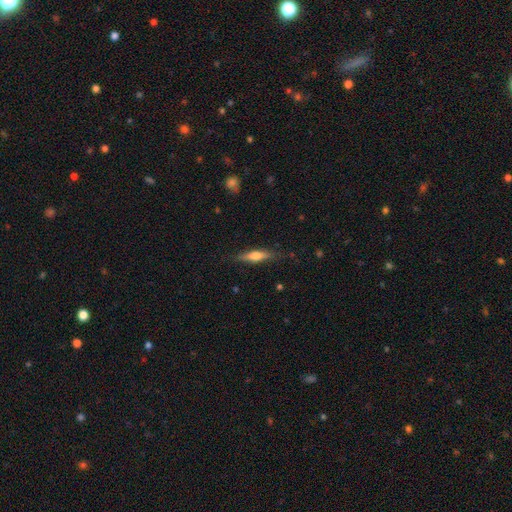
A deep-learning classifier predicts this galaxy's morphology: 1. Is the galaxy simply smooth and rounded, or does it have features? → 50% smooth, 44% featured or disk, 6% star or artifact.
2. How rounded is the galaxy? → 73% cigar-shaped, 25% in between, 2% round.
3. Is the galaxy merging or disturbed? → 82% none, 14% minor disturbance, 3% major disturbance, 1% merger.